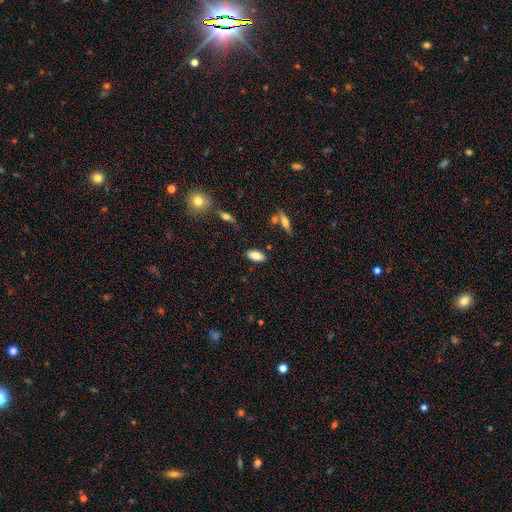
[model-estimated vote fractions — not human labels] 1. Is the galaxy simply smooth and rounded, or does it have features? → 78% smooth, 14% featured or disk, 8% star or artifact.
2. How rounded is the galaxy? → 88% in between, 9% cigar-shaped, 3% round.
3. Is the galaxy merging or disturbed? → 85% none, 10% minor disturbance, 3% merger, 2% major disturbance.